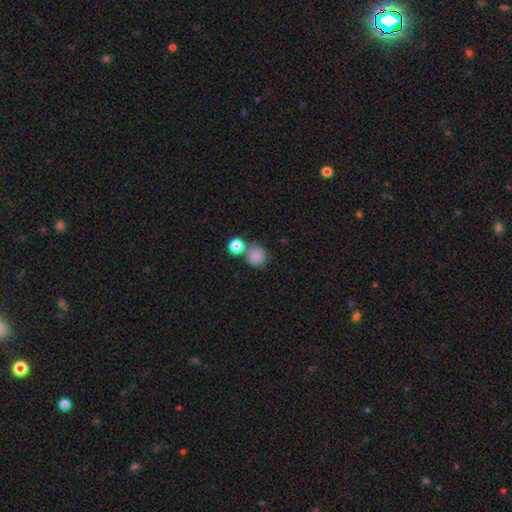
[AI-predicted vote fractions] This appears to be a smooth galaxy with no disk features (84%) that is round (88%). Merging: none (57%).